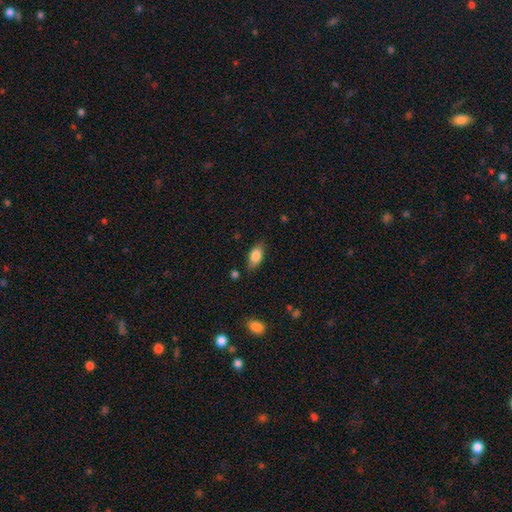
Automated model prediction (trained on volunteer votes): smooth_or_featured: smooth (p=0.81) [alt: featured or disk p=0.12]
how_rounded: in between (p=0.88) [alt: cigar-shaped p=0.07]
merging: none (p=0.78) [alt: minor disturbance p=0.16]